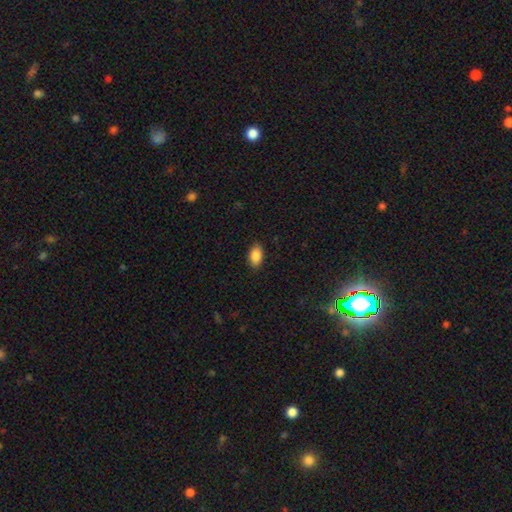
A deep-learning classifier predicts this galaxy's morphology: Overall: smooth (88%). How rounded: in between (92%). Merging: none (88%).